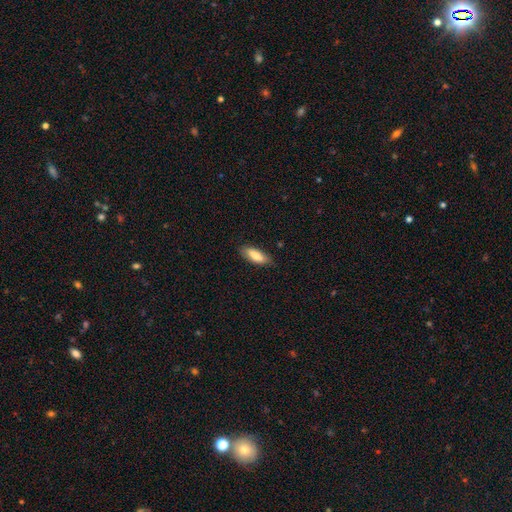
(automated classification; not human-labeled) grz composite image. It shows a smooth galaxy with no disk features (81%) that is in between round and cigar-shaped (63%). Merging: none (81%).